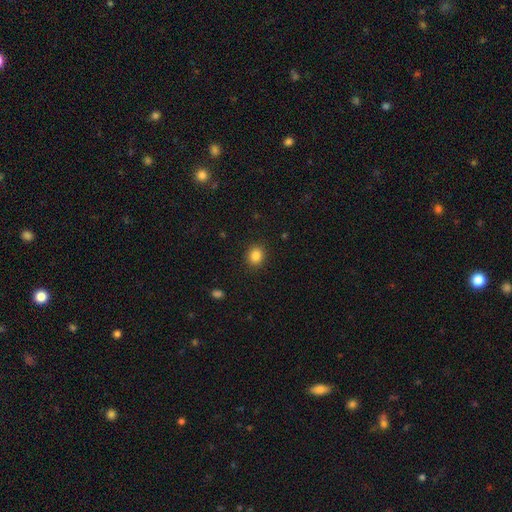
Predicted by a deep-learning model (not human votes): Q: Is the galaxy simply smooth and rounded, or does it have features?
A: smooth — 85%.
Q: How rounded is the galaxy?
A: round — 74%.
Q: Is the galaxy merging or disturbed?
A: none — 90%.